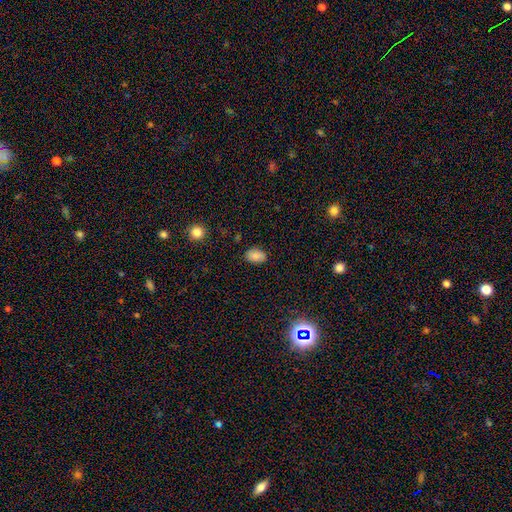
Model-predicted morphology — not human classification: Overall: smooth (85%). How rounded: in between (87%). Merging: none (85%).